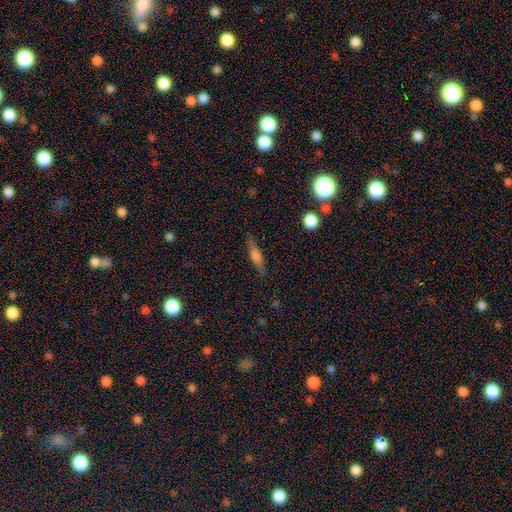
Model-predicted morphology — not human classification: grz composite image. It shows a smooth galaxy with no disk features (52%) that is cigar-shaped (80%). Merging: none (86%).